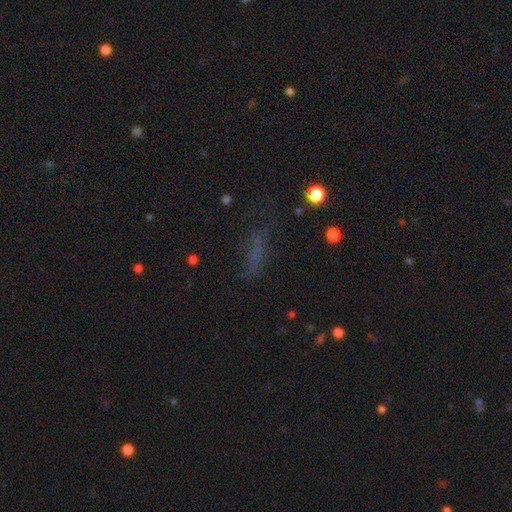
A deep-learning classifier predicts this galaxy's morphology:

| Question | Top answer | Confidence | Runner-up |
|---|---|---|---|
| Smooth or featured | smooth | 50% | star or artifact (28%) |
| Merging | none | 57% | minor disturbance (22%) |